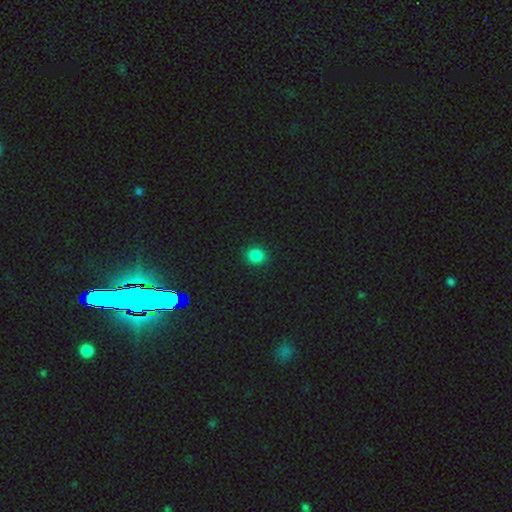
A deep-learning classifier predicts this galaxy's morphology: smooth 83%, star or artifact 13%, featured or disk 4%. Down the decision tree: how rounded — round (77%); merging — none (90%).